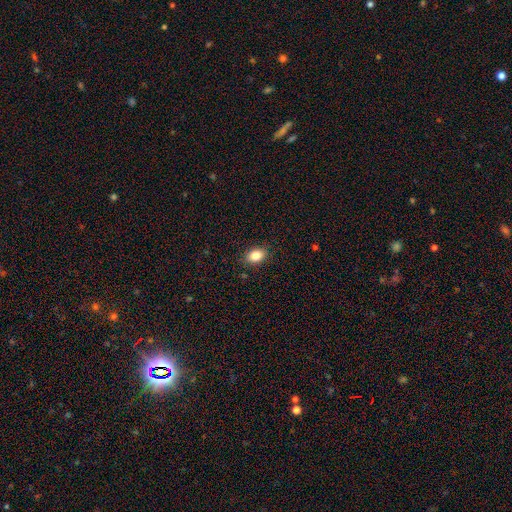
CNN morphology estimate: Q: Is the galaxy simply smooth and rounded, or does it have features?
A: smooth — 86%.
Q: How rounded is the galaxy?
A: in between — 81%.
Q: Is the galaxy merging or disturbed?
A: none — 87%.